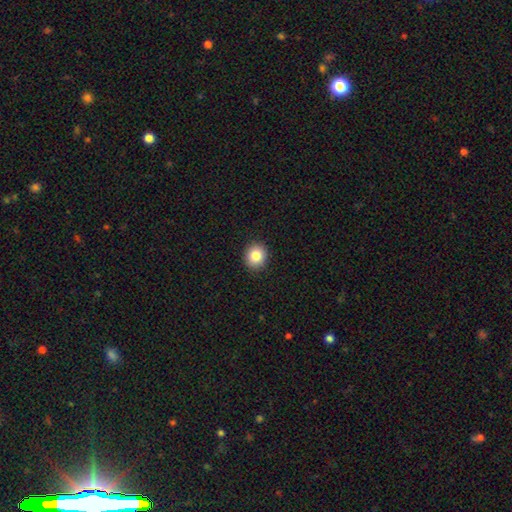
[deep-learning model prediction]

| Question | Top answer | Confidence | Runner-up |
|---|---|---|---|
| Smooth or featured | smooth | 85% | star or artifact (9%) |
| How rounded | round | 80% | in between (19%) |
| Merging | none | 92% | minor disturbance (6%) |